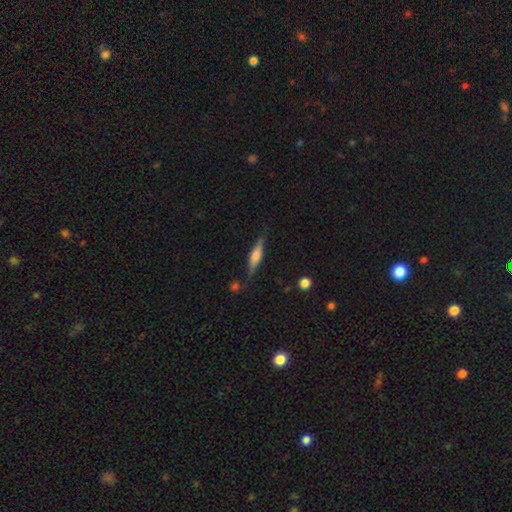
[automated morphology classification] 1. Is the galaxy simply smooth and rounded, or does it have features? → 55% featured or disk, 38% smooth, 7% star or artifact.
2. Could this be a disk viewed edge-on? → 96% yes, 4% no.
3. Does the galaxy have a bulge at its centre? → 71% rounded, 21% boxy, 7% none.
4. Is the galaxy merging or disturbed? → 82% none, 13% minor disturbance, 3% major disturbance, 3% merger.